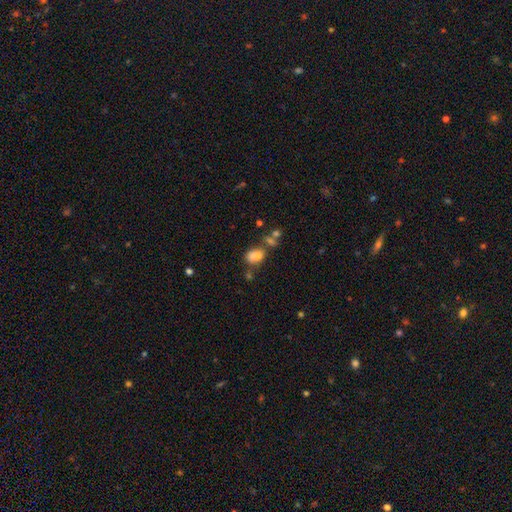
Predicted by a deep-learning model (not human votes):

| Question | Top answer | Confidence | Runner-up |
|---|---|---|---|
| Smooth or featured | smooth | 73% | star or artifact (14%) |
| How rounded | in between | 70% | round (28%) |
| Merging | none | 38% | merger (35%) |